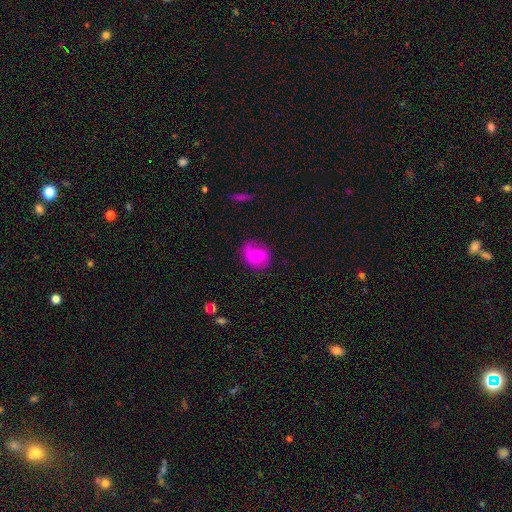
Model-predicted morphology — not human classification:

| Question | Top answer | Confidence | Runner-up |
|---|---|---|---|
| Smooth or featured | smooth | 56% | featured or disk (36%) |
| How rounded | round | 55% | in between (43%) |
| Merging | none | 65% | minor disturbance (24%) |